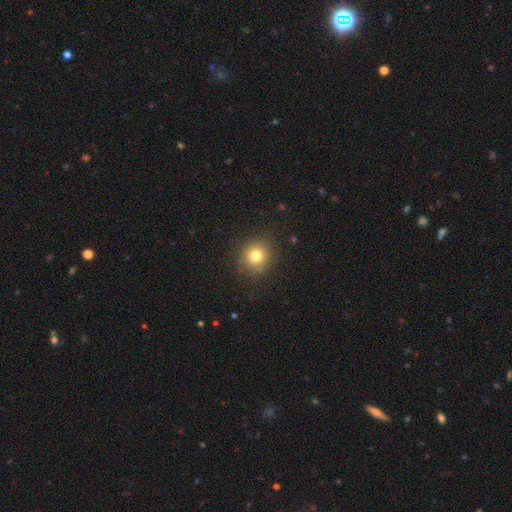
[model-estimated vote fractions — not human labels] Smooth or featured? Predicted: smooth (p=0.79). How rounded? Predicted: round (p=0.89). Merging? Predicted: none (p=0.88).